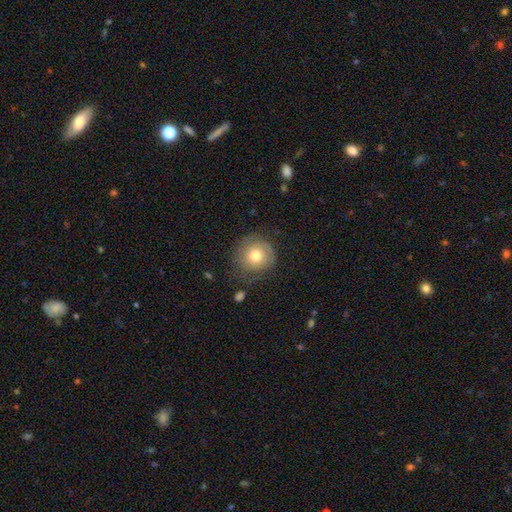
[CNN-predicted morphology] A smooth galaxy with no disk features (66%) that is round (92%).

Vote fractions:
- Smooth or featured? smooth: 66% / featured or disk: 26% / star or artifact: 8%
- How rounded? round: 92% / in between: 7% / cigar-shaped: 1%
- Merging? none: 71% / minor disturbance: 19% / major disturbance: 9% / merger: 2%